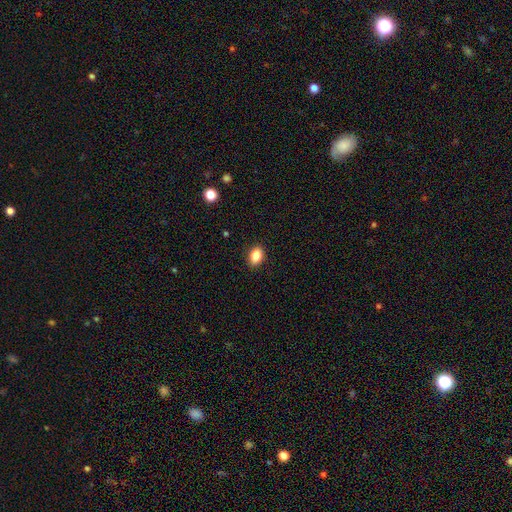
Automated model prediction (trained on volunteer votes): Smooth or featured: smooth — 86% (star or artifact — 8%)
How rounded: in between — 83% (round — 16%)
Merging: none — 90% (minor disturbance — 7%)